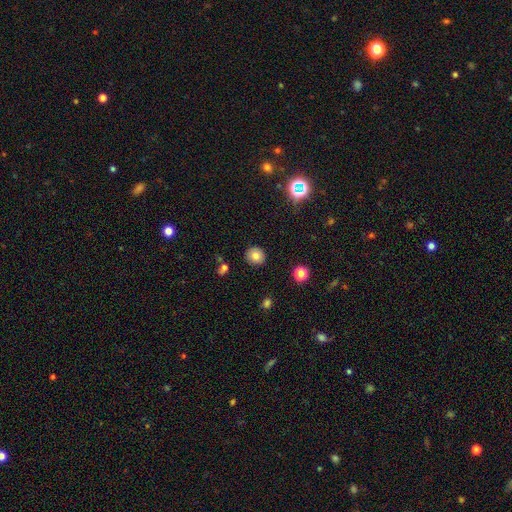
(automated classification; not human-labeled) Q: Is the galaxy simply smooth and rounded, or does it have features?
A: smooth — 79%.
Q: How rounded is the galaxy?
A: round — 89%.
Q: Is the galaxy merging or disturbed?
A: none — 90%.